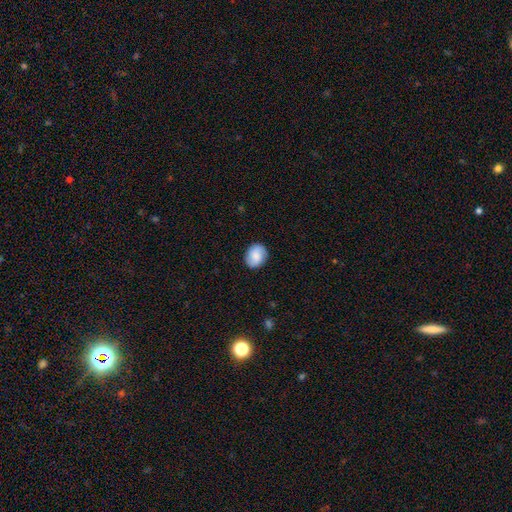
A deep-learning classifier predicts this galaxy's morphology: Smooth or featured: smooth — 69% (featured or disk — 23%)
How rounded: round — 60% (in between — 39%)
Merging: none — 87% (minor disturbance — 10%)